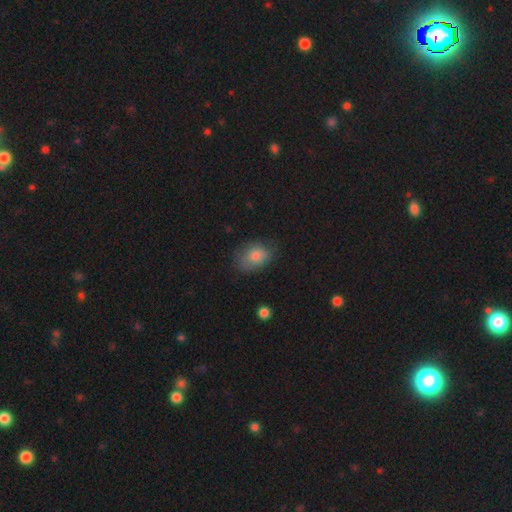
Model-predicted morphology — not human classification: Smooth or featured: smooth — 79% (featured or disk — 12%)
How rounded: in between — 73% (round — 26%)
Merging: none — 68% (minor disturbance — 24%)